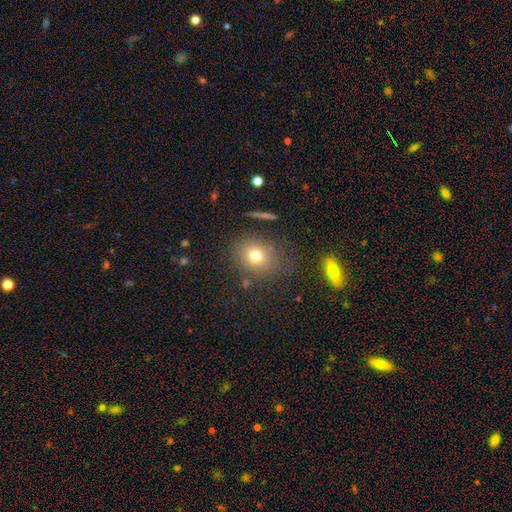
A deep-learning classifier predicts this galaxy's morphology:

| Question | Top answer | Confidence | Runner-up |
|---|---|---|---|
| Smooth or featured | smooth | 73% | star or artifact (15%) |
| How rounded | round | 68% | in between (30%) |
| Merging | none | 77% | minor disturbance (13%) |